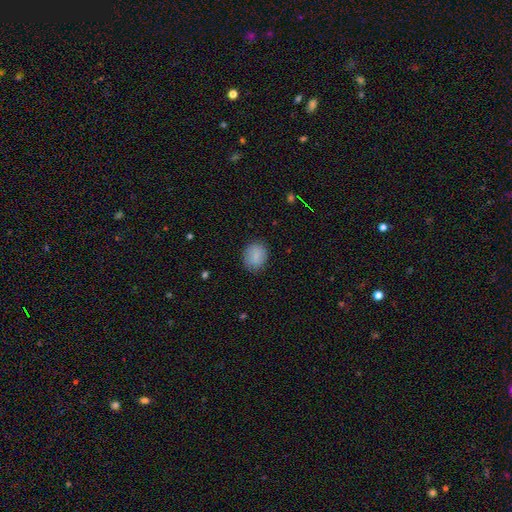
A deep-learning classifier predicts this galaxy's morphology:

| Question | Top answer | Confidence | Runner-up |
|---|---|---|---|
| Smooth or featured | smooth | 85% | featured or disk (8%) |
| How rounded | round | 61% | in between (38%) |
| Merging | none | 85% | minor disturbance (11%) |